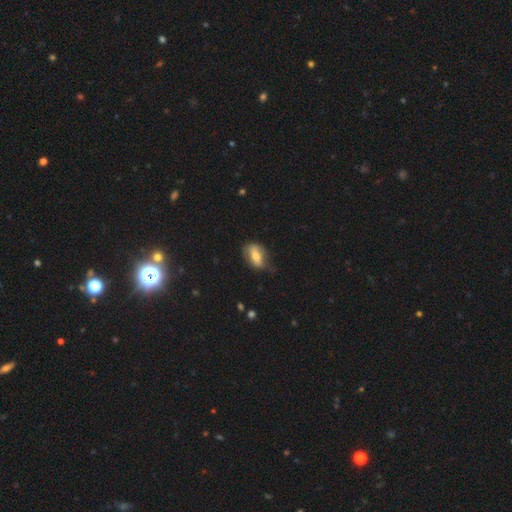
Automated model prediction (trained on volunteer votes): This appears to be a smooth galaxy with no disk features (61%) that is in between round and cigar-shaped (82%). Merging: none (54%).